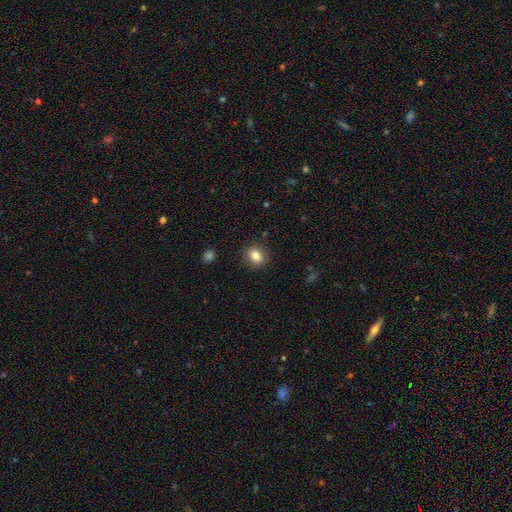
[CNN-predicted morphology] smooth-or-featured: smooth: 83% | star or artifact: 10% | featured or disk: 8%
  how-rounded: round: 60% | in between: 39% | cigar-shaped: 1%
  merging: none: 88% | minor disturbance: 8% | major disturbance: 2% | merger: 1%